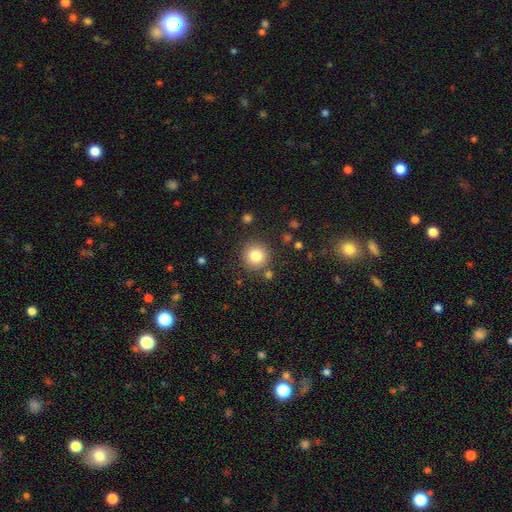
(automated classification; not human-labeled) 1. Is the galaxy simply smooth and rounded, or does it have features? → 82% smooth, 11% star or artifact, 7% featured or disk.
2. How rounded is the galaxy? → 94% round, 5% in between, 1% cigar-shaped.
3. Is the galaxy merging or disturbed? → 86% none, 7% minor disturbance, 4% merger, 3% major disturbance.